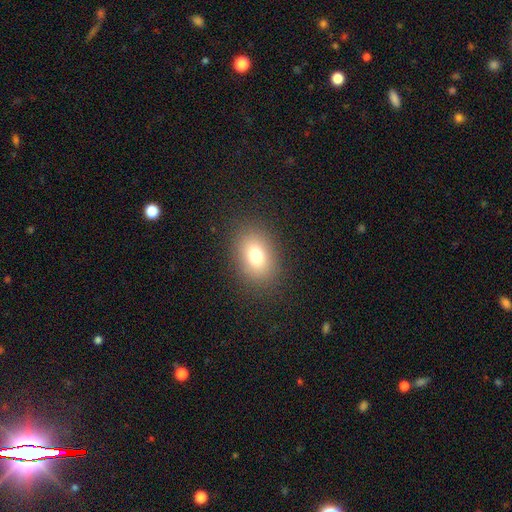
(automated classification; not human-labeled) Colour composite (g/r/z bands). It shows a smooth galaxy with no disk features (76%) that is in between round and cigar-shaped (69%). Merging: none (86%).